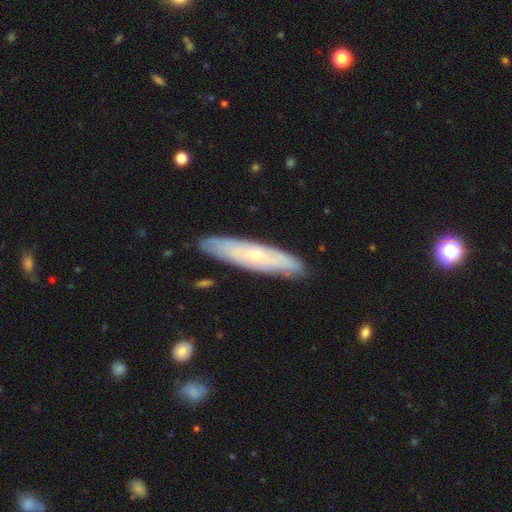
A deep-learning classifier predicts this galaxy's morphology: type=featured or disk (63%); edge-on=no (51%); merging=none (86%).